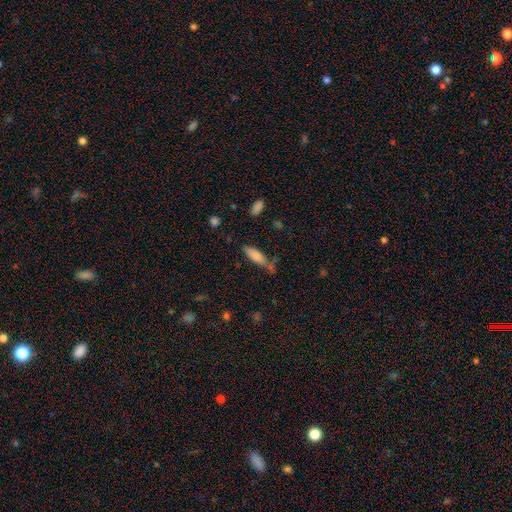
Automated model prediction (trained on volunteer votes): Smooth or featured? smooth (76%)
How rounded? in between (50%)
Merging? none (56%)